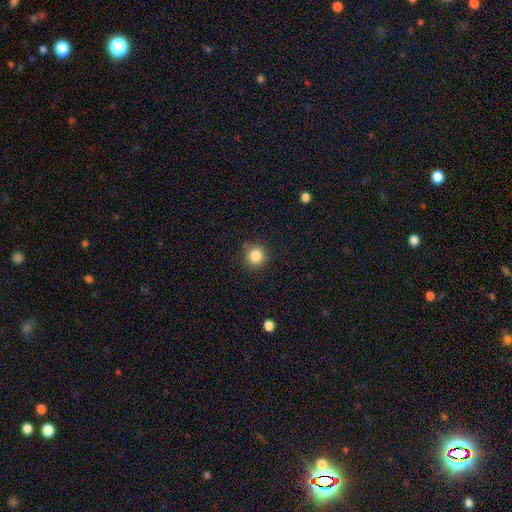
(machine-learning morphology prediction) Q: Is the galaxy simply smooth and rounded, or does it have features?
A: smooth — 84%.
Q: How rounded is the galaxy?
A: round — 93%.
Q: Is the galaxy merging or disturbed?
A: none — 86%.